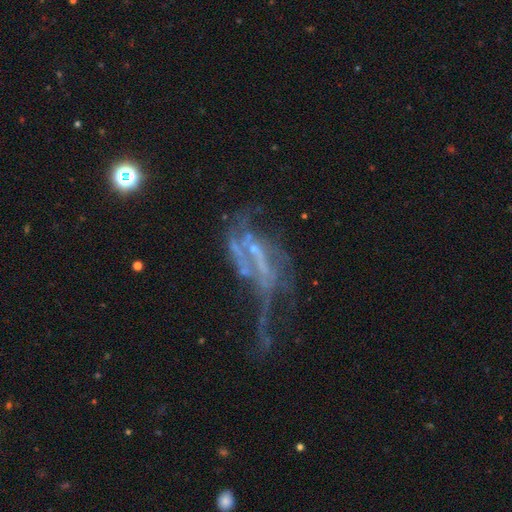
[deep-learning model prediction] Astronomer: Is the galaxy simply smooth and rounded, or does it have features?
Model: featured or disk — 72%.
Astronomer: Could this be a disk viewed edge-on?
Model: no — 88%.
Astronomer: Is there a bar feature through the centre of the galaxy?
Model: no — 44% (runner-up: weak, 29%).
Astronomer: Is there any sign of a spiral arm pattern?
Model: no — 51% (runner-up: yes, 49%).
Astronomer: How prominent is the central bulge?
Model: none — 49% (runner-up: small, 36%).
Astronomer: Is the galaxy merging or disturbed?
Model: major disturbance — 51%.